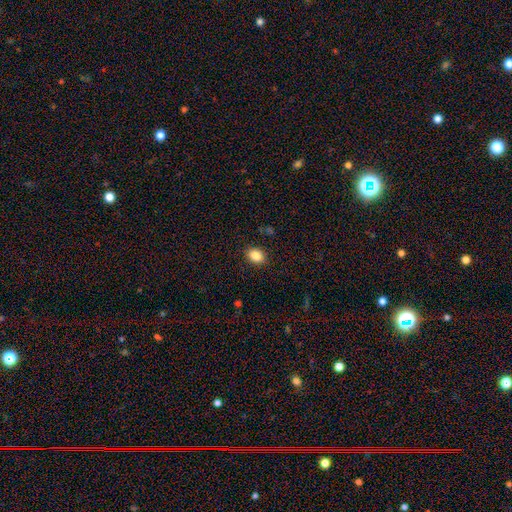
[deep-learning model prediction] A smooth galaxy with no disk features (87%) that is in between round and cigar-shaped (71%). Merging: none (89%).